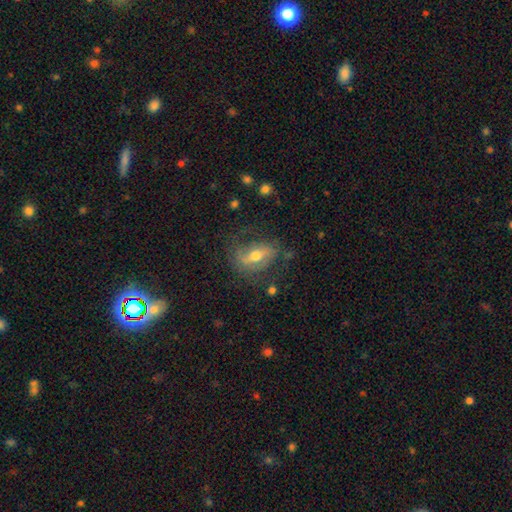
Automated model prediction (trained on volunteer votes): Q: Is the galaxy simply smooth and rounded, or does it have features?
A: featured or disk — 60%.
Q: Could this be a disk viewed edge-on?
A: no — 89%.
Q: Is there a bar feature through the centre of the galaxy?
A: weak — 36%, tied with strong.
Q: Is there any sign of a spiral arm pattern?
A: yes — 69%.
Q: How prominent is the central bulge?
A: moderate — 70%.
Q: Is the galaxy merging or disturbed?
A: none — 63%.